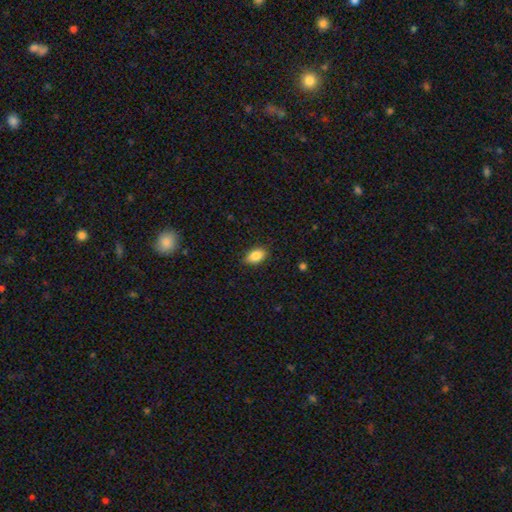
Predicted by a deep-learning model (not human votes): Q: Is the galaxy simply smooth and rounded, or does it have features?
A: smooth — 86%.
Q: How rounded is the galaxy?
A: in between — 89%.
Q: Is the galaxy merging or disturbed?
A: none — 84%.